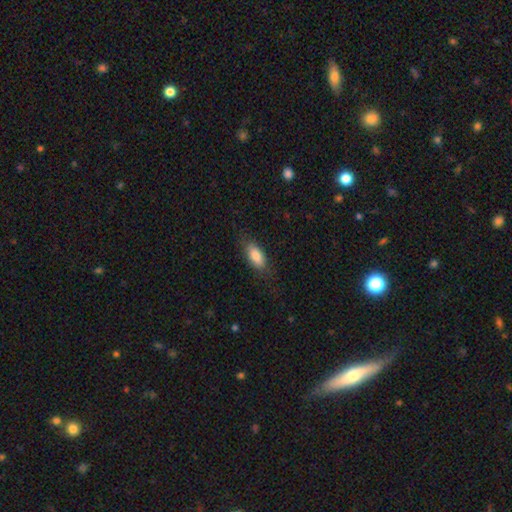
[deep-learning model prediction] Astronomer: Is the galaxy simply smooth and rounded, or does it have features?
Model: smooth — 84%.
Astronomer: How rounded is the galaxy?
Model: in between — 85%.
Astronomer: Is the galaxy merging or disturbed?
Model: none — 77%.